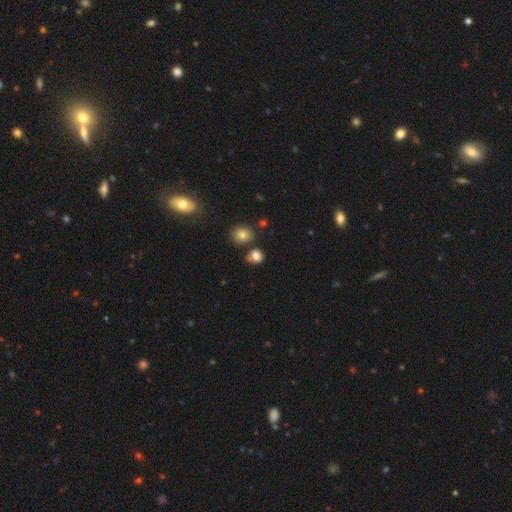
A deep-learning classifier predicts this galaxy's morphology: This appears to be a smooth galaxy with no disk features (81%) that is round (60%). Merging: none (60%).